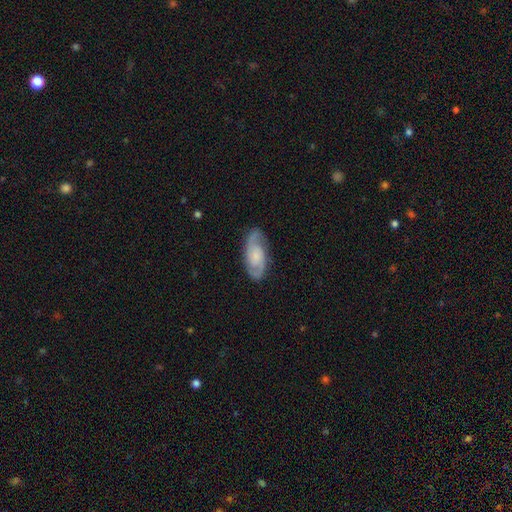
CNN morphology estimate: This appears to be a featured or disk galaxy (77%) with no bar (62%), 2 (89%) medium (49%) spiral arms (96%) and a small central bulge (41%). Merging: none (83%).